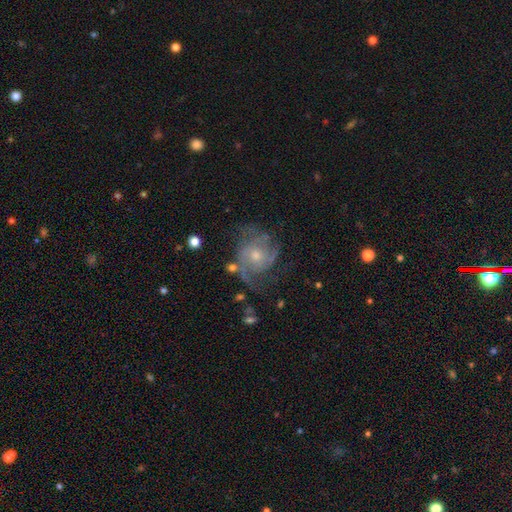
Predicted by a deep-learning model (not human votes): Smooth or featured? featured or disk (79%)
Edge-on disk? no (98%)
Bar? no (75%)
Spiral arms? yes (90%)
Spiral winding? medium (43%)
Spiral arm count? 2 (32%)
Bulge size? moderate (47%, tied with small)
Merging? none (54%)